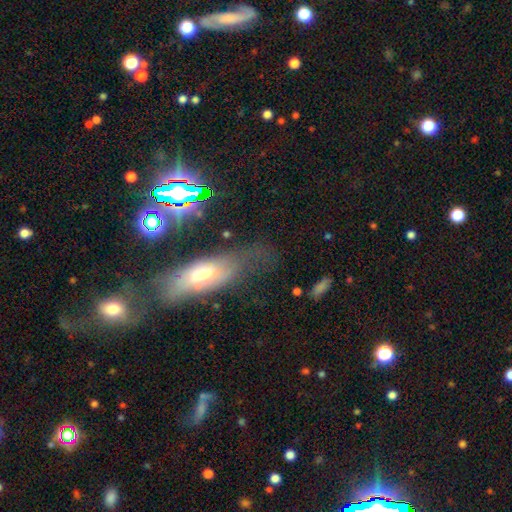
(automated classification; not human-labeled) This appears to be a smooth galaxy with no disk features (37%). Merging: none (61%).